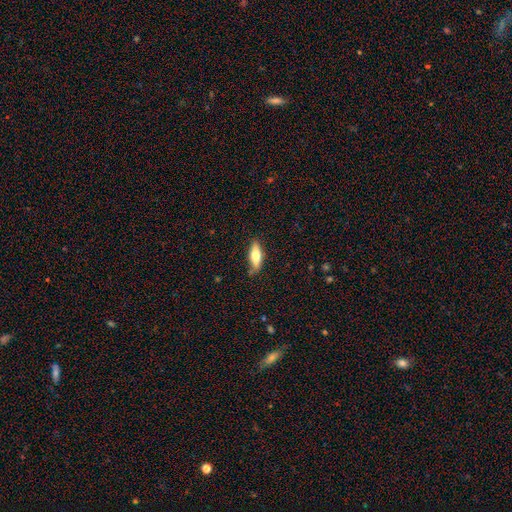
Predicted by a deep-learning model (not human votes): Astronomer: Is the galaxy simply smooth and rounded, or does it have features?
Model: smooth — 63%.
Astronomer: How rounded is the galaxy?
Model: in between — 55% (runner-up: cigar-shaped, 43%).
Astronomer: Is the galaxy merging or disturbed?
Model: none — 83%.